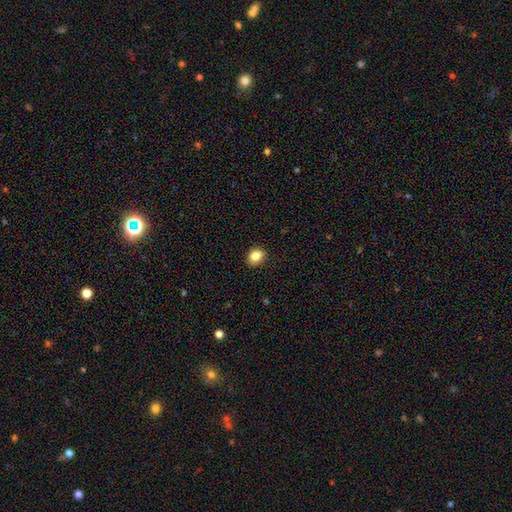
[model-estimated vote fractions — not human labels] Smooth or featured? Predicted: smooth (p=0.84). How rounded? Predicted: in between (p=0.52). Merging? Predicted: none (p=0.88).